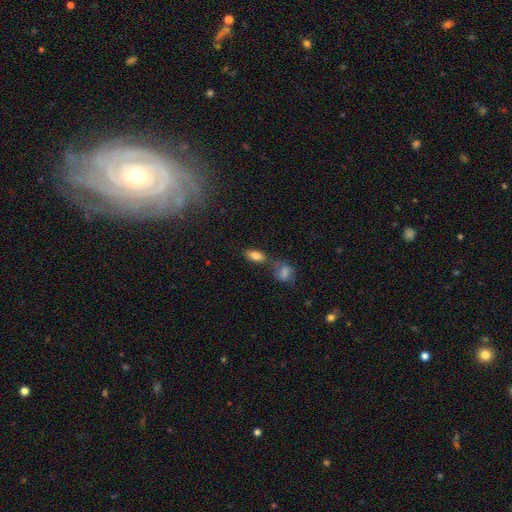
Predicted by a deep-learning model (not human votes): This appears to be a smooth galaxy with no disk features (83%) that is in between round and cigar-shaped (88%). Merging: none (61%).